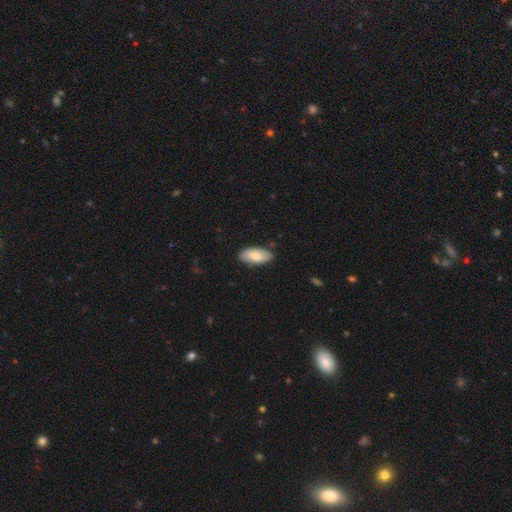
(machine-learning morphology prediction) Q: Smooth or featured?
A: smooth (77%); runner-up: featured or disk (17%)
Q: How rounded?
A: in between (91%); runner-up: cigar-shaped (7%)
Q: Merging?
A: none (83%); runner-up: minor disturbance (13%)